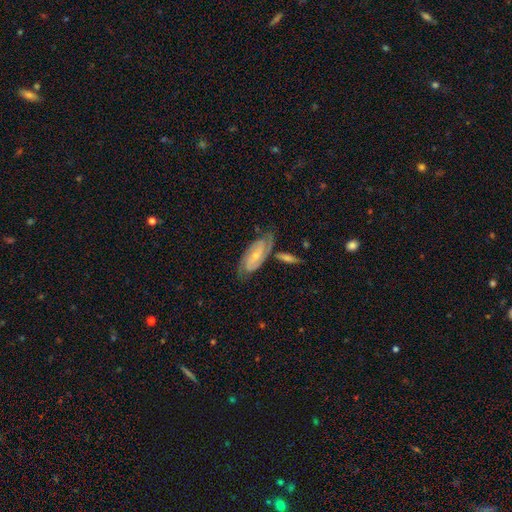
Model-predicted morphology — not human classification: This is likely a featured or disk galaxy (80%). It is clearly not viewed edge-on (93%). Bar: possibly no (47%). Spiral arm pattern: clearly yes (96%). Spiral arm count: clearly 2 (82%). Spiral winding: possibly tight (52%). Central bulge: likely small (68%). Merging: likely none (70%).